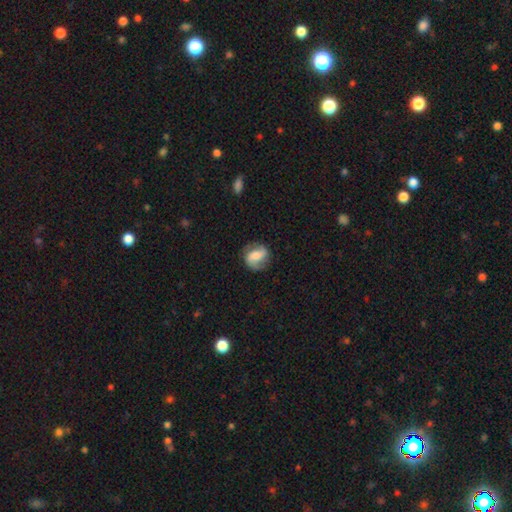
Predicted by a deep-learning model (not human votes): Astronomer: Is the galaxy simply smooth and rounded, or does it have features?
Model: featured or disk — 59%.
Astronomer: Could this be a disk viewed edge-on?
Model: no — 97%.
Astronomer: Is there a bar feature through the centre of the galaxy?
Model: weak — 40% (runner-up: no, 30%).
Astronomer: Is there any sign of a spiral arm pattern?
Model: yes — 87%.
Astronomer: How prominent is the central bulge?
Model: moderate — 44% (runner-up: small, 28%).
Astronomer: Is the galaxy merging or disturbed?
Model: none — 76%.